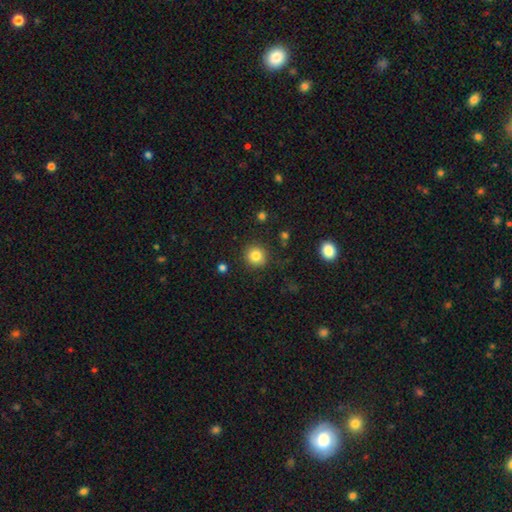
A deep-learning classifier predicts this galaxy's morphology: Smooth or featured? smooth (83%)
How rounded? round (92%)
Merging? none (89%)